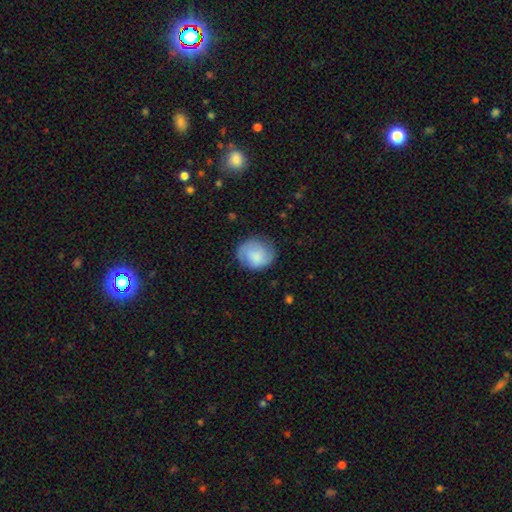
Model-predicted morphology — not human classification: smooth 64%, featured or disk 29%, star or artifact 7%. Down the decision tree: how rounded — round (72%); merging — none (76%).